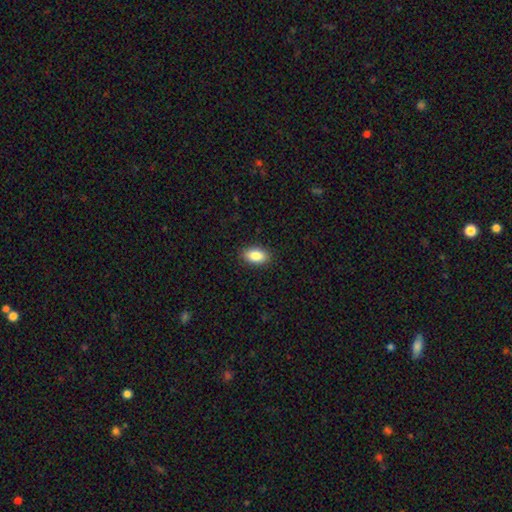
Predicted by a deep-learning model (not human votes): Overall: smooth (86%). How rounded: in between (91%). Merging: none (89%).